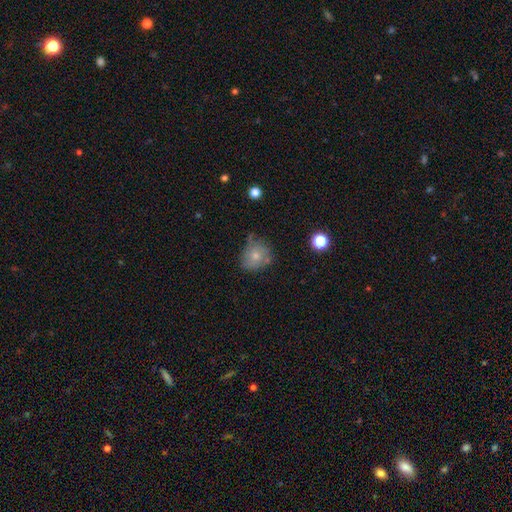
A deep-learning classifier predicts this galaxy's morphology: smooth 70%, featured or disk 19%, star or artifact 11%. Down the decision tree: how rounded — round (76%); merging — none (55%).